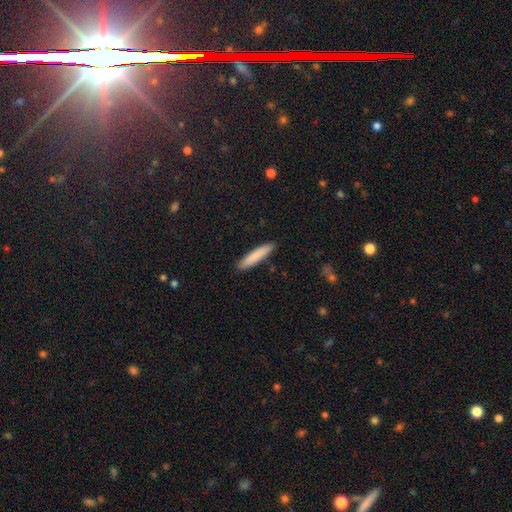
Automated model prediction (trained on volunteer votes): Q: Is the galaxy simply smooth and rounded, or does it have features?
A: smooth — 85%.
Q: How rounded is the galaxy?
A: cigar-shaped — 87%.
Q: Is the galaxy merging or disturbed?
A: none — 90%.